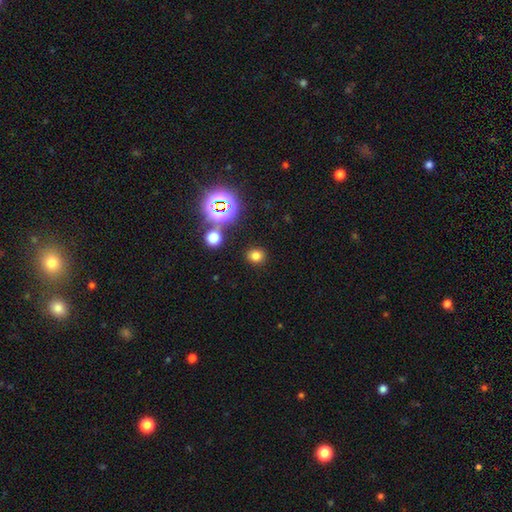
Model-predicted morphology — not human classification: Smooth or featured? Predicted: smooth (p=0.74). How rounded? Predicted: round (p=0.73). Merging? Predicted: none (p=0.87).